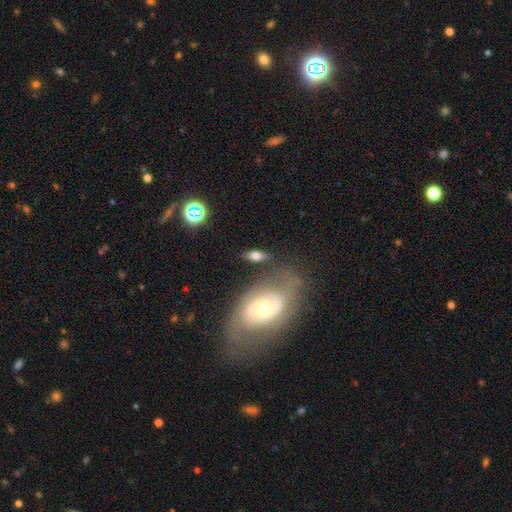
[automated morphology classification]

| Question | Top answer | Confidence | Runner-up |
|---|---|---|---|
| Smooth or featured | smooth | 60% | featured or disk (32%) |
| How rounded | in between | 81% | cigar-shaped (12%) |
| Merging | none | 69% | minor disturbance (16%) |